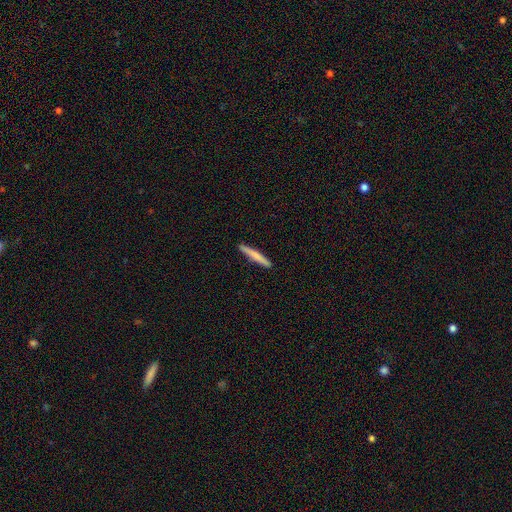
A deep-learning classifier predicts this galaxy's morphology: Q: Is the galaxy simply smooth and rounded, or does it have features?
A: smooth — 72%.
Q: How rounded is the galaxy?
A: cigar-shaped — 96%.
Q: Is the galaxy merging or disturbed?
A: none — 90%.